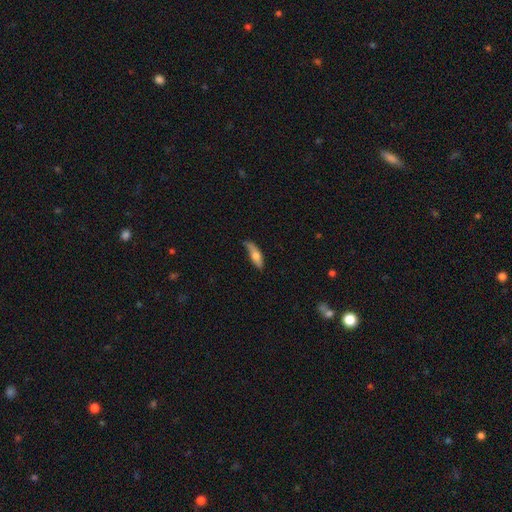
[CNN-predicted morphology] type=smooth (63%); roundness=cigar-shaped (54%); merging=none (56%).